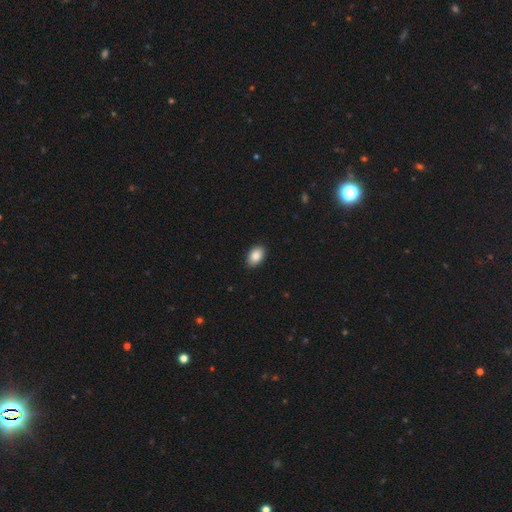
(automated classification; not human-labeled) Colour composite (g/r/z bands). It shows a smooth galaxy with no disk features (87%) that is in between round and cigar-shaped (89%). Merging: none (90%).